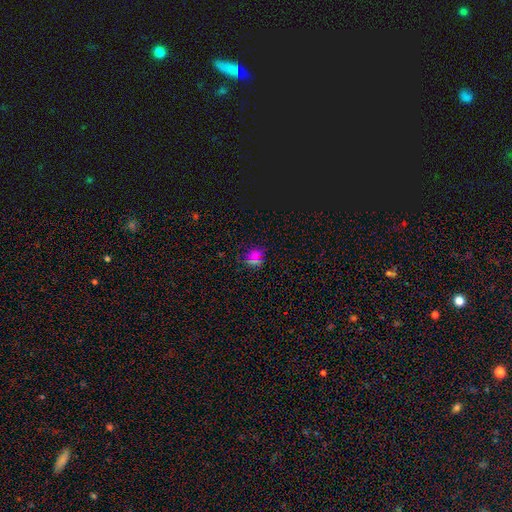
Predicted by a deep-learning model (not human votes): Smooth or featured: smooth — 54% (star or artifact — 38%)
How rounded: round — 70% (in between — 26%)
Merging: none — 77% (minor disturbance — 13%)